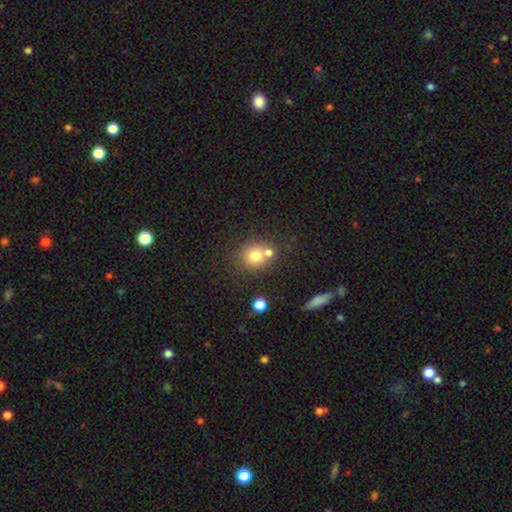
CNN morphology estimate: Smooth or featured?
  - smooth: 75% *
  - featured or disk: 13%
  - star or artifact: 12%
How rounded?
  - round: 81% *
  - in between: 18%
  - cigar-shaped: 1%
Merging?
  - none: 53% *
  - merger: 34%
  - minor disturbance: 9%
  - major disturbance: 3%